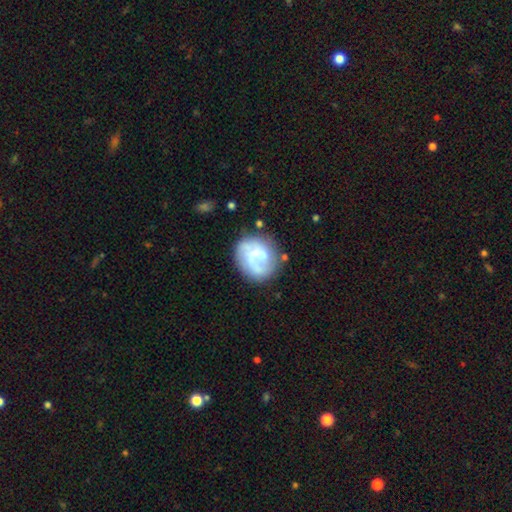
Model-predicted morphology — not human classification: A featured or disk galaxy (51%).

Vote fractions:
- Smooth or featured? featured or disk: 51% / smooth: 42% / star or artifact: 7%
- Edge-on disk? no: 98% / yes: 2%
- Merging? none: 60% / minor disturbance: 20% / major disturbance: 14% / merger: 5%